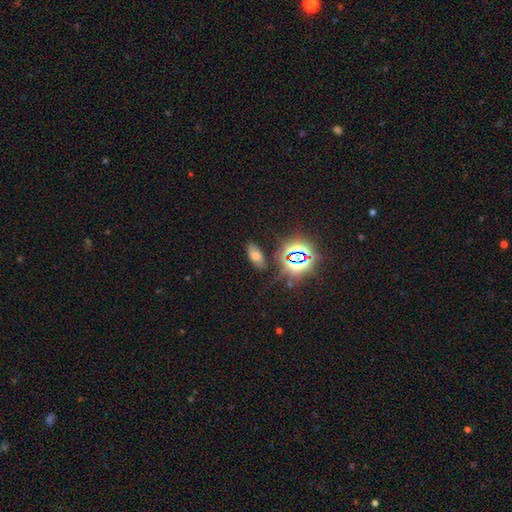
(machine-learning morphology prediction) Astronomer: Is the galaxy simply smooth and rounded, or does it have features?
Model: smooth — 55%.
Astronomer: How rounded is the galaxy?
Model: in between — 87%.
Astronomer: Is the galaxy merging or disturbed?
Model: none — 79%.